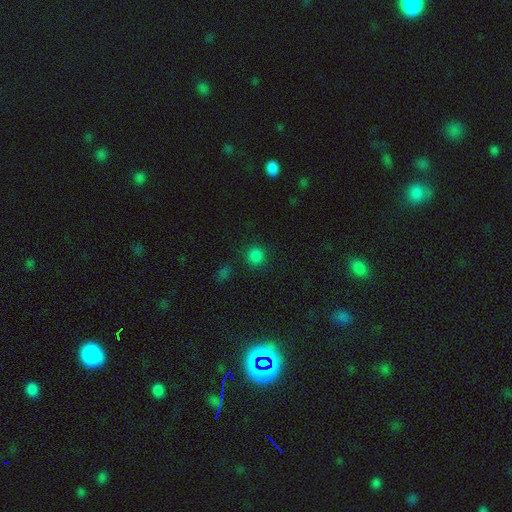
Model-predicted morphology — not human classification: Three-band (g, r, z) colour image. It shows a smooth galaxy with no disk features (81%) that is round (91%). Merging: none (85%).